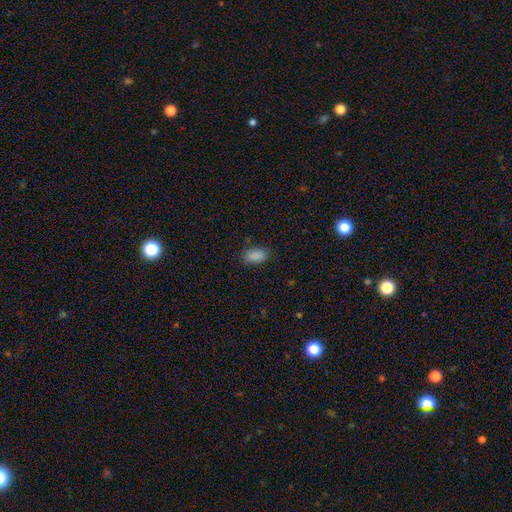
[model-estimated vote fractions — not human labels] This is clearly a smooth galaxy (89%). How rounded: clearly in between (91%). Merging: clearly none (85%).